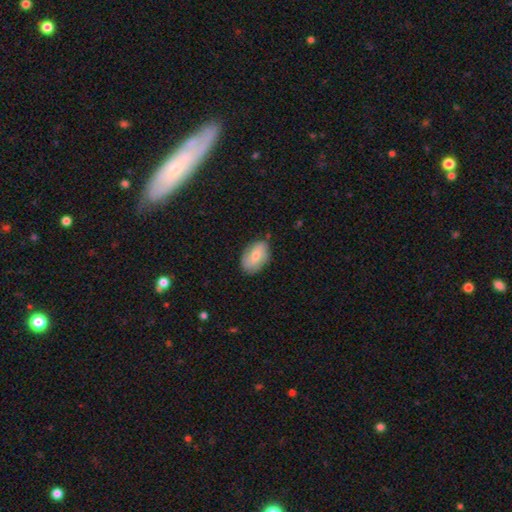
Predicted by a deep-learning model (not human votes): This appears to be a smooth galaxy with no disk features (62%) that is in between round and cigar-shaped (88%). Merging: none (75%).